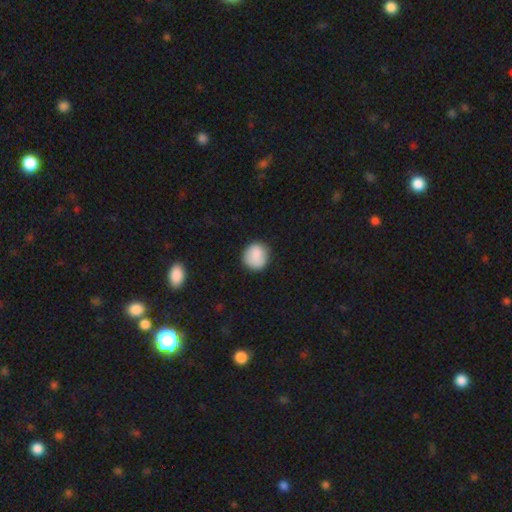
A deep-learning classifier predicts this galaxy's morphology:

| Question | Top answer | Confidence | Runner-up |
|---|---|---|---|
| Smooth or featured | smooth | 87% | star or artifact (8%) |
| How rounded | round | 87% | in between (12%) |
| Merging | none | 83% | minor disturbance (12%) |